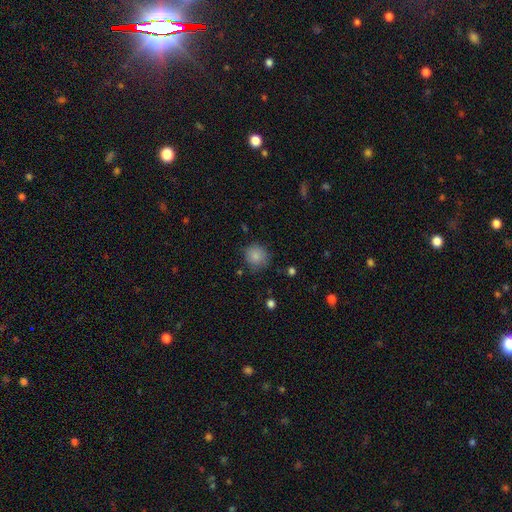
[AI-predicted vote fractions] Smooth or featured: smooth — 84% (star or artifact — 10%)
How rounded: round — 90% (in between — 9%)
Merging: none — 78% (minor disturbance — 16%)